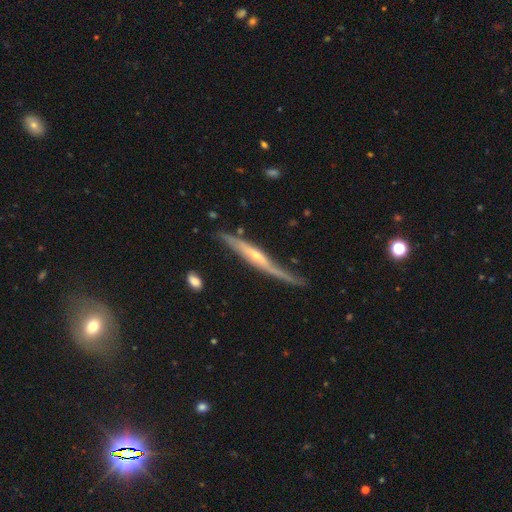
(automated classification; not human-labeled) Morphology: type=featured or disk (77%); edge-on=yes (89%); edge-on bulge=rounded (65%); merging=none (61%).